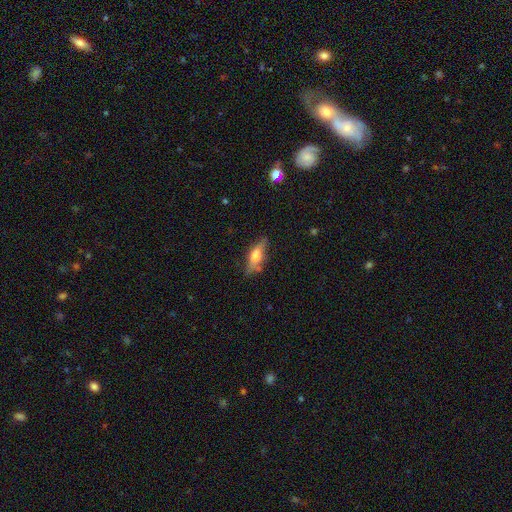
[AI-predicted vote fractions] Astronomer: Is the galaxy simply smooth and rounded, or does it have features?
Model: smooth — 57% (runner-up: featured or disk, 36%).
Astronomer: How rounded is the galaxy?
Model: in between — 60% (runner-up: cigar-shaped, 37%).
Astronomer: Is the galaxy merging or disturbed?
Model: none — 68%.